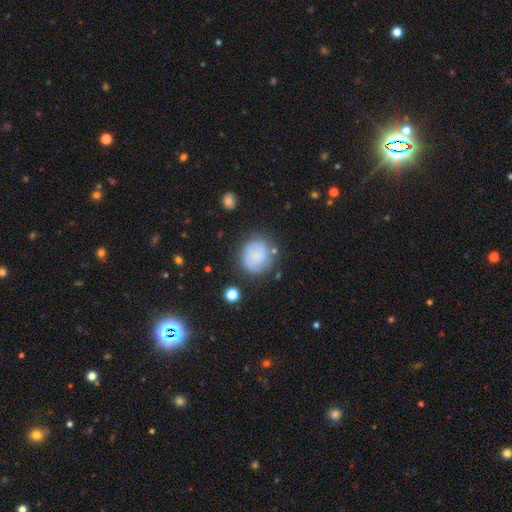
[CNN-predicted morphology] Smooth or featured? Predicted: smooth (p=0.67). How rounded? Predicted: round (p=0.82). Merging? Predicted: none (p=0.70).